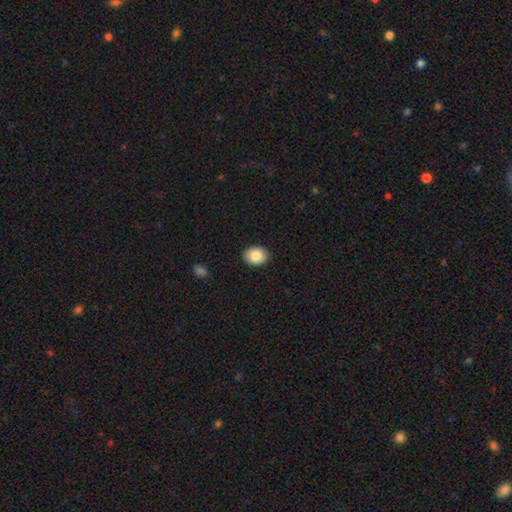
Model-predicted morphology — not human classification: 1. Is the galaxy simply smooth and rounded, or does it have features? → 86% smooth, 8% star or artifact, 7% featured or disk.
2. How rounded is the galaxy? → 60% in between, 39% round, 1% cigar-shaped.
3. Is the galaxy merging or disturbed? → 90% none, 7% minor disturbance, 2% major disturbance, 1% merger.